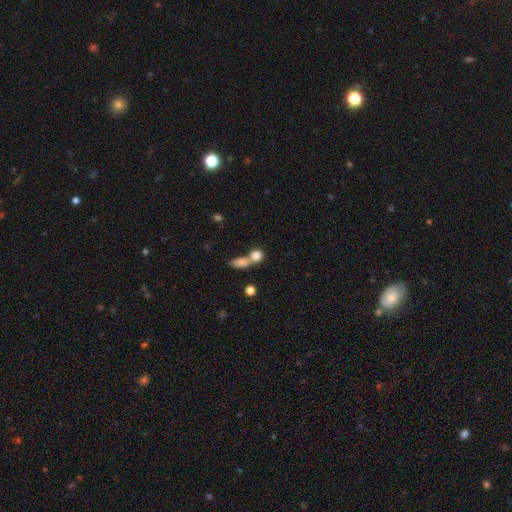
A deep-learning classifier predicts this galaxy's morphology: The model was most divided on "how rounded": round: 57%, in between: 38%, cigar-shaped: 5%. More confident: smooth or featured — smooth (82%); merging — merger (55%).